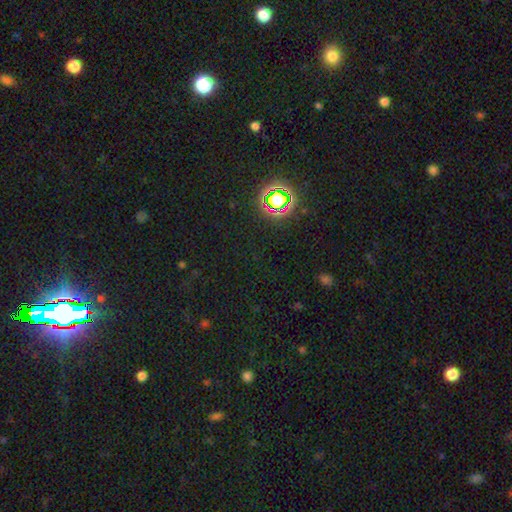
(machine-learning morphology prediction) Smooth or featured? Predicted: star or artifact (p=0.80).